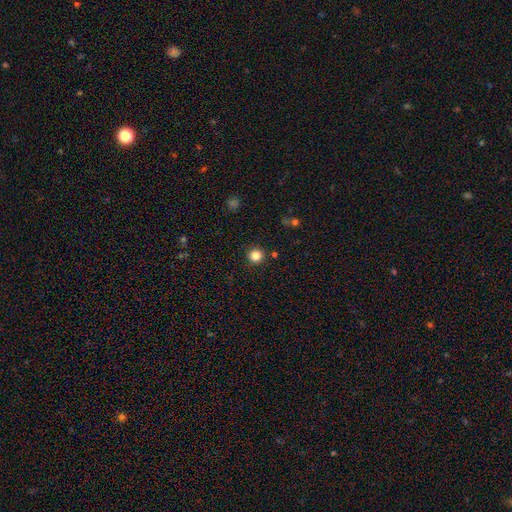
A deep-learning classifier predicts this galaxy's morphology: smooth_or_featured: smooth (p=0.84) [alt: star or artifact p=0.12]
how_rounded: round (p=0.95) [alt: in between p=0.04]
merging: none (p=0.91) [alt: minor disturbance p=0.05]